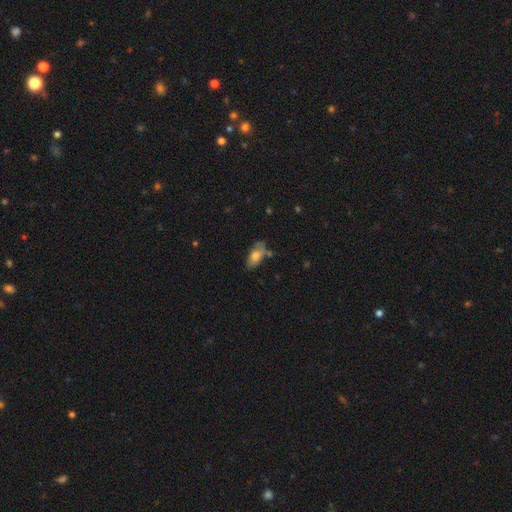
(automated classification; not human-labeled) Smooth or featured? Predicted: smooth (p=0.68). How rounded? Predicted: in between (p=0.85). Merging? Predicted: none (p=0.59).